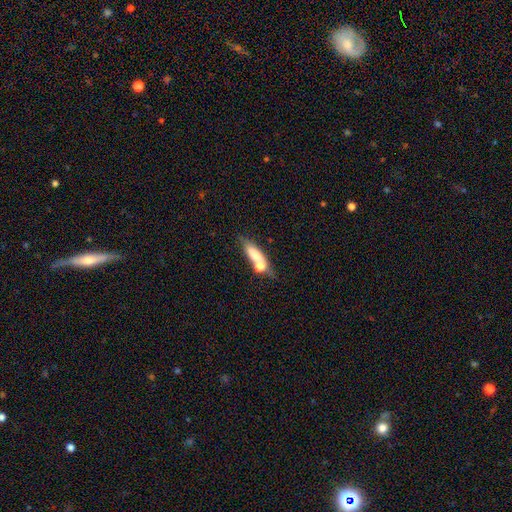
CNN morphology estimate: type=smooth (66%); roundness=cigar-shaped (47%, tied with in between); merging=none (39%).